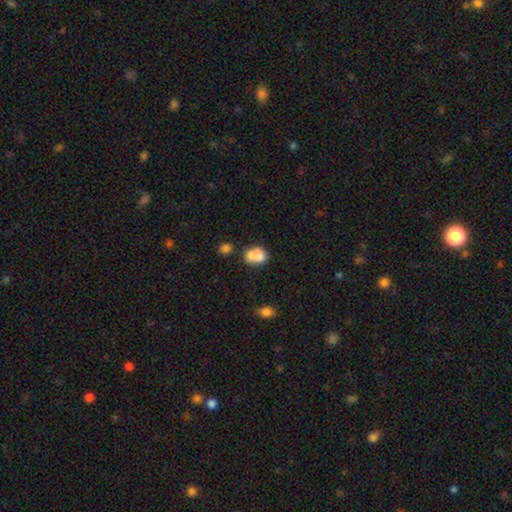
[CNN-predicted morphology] Overall: smooth (69%). How rounded: in between (57%; round 42%). Merging: merger (55%; none 28%).